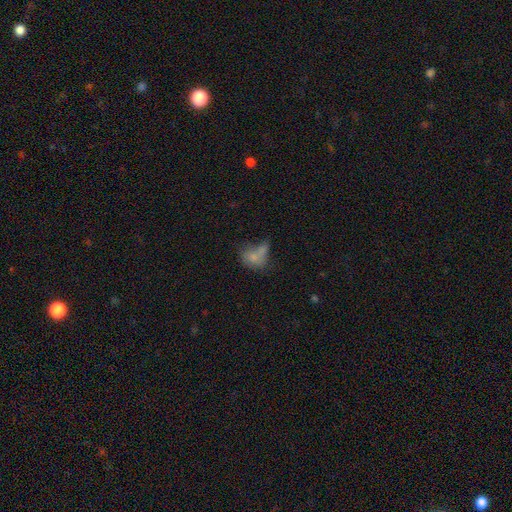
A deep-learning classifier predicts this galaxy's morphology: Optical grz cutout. It shows a smooth galaxy with no disk features (69%) that is in between round and cigar-shaped (64%). Merging: merger (39%).